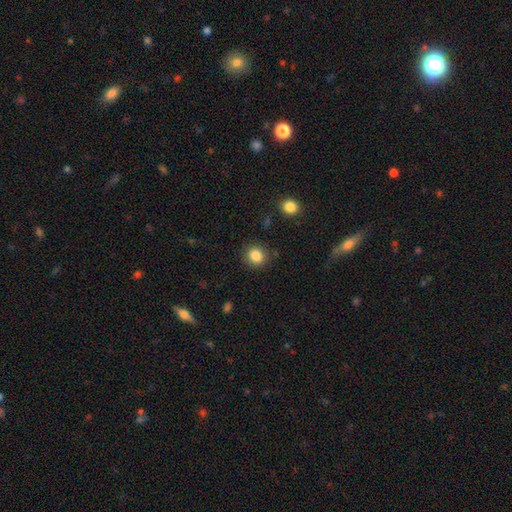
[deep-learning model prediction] This appears to be a smooth galaxy with no disk features (85%) that is round (85%). Merging: none (88%).